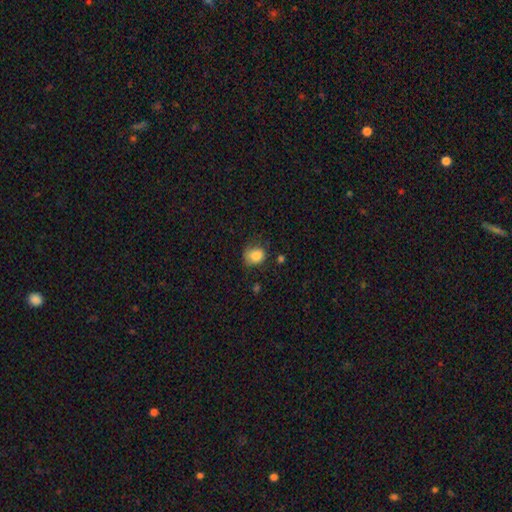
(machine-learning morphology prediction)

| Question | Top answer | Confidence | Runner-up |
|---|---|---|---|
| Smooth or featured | smooth | 83% | star or artifact (9%) |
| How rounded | round | 58% | in between (41%) |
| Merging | none | 56% | minor disturbance (31%) |